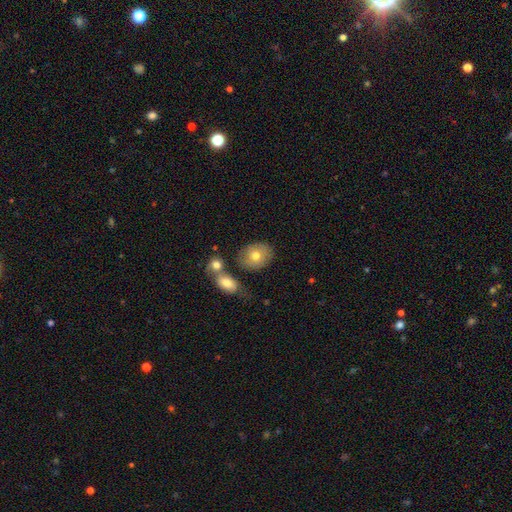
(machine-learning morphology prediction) This appears to be a smooth galaxy with no disk features (73%) that is round (50%). Merging: none (67%).